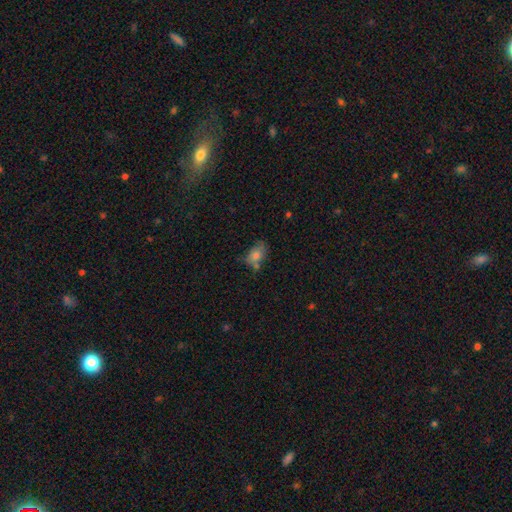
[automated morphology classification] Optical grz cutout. It shows a smooth galaxy with no disk features (71%) that is in between round and cigar-shaped (79%). Merging: none (47%).